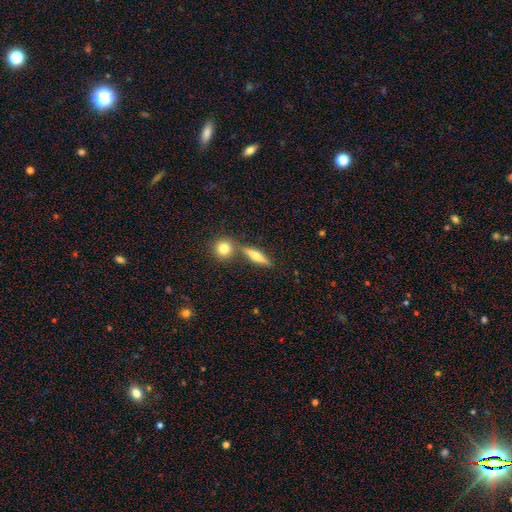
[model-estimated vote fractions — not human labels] A featured or disk galaxy (46%, tied with smooth).

Vote fractions:
- Smooth or featured? featured or disk: 46% (tied) / smooth: 46% (tied) / star or artifact: 9%
- Merging? none: 75% / merger: 13% / minor disturbance: 9% / major disturbance: 3%